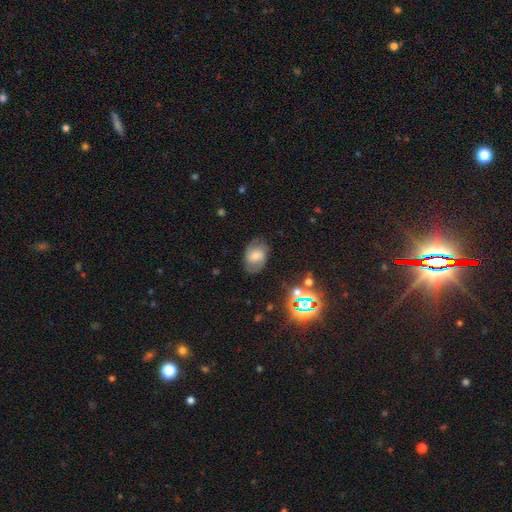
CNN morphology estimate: Smooth or featured?
  - smooth: 45% *
  - featured or disk: 41%
  - star or artifact: 14%
Merging?
  - none: 71% *
  - minor disturbance: 20%
  - major disturbance: 8%
  - merger: 2%